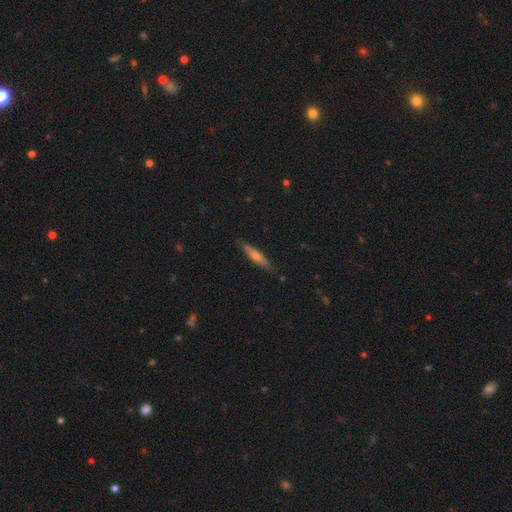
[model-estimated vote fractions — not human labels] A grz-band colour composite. It shows a featured or disk galaxy (51%) viewed edge-on (92%). Merging: none (86%).